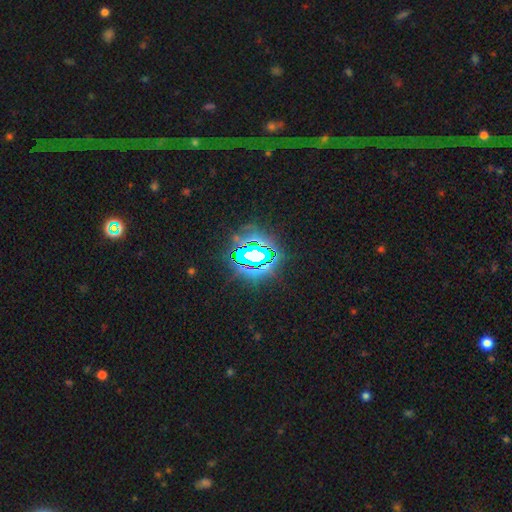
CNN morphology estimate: Smooth or featured? Predicted: star or artifact (p=0.73).